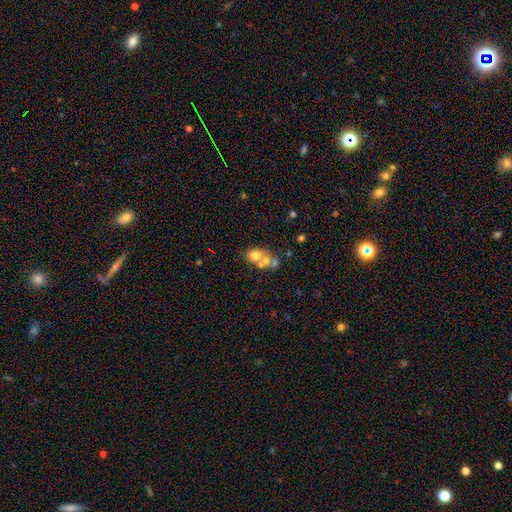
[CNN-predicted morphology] type=smooth (60%); roundness=round (54%); merging=merger (54%).